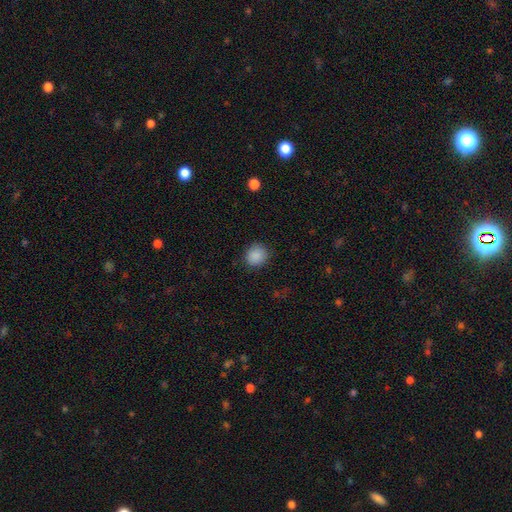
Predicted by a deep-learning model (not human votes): smooth-or-featured: smooth: 88% | star or artifact: 9% | featured or disk: 3%
  how-rounded: round: 84% | in between: 15% | cigar-shaped: 1%
  merging: none: 87% | minor disturbance: 9% | major disturbance: 3% | merger: 1%